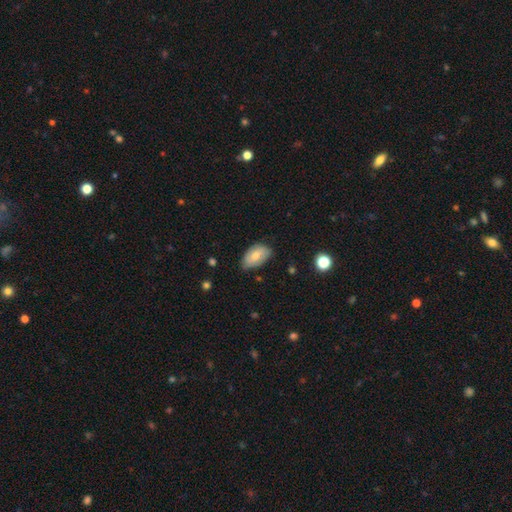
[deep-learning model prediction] Smooth or featured: smooth — 74% (featured or disk — 19%)
How rounded: in between — 93% (round — 6%)
Merging: none — 63% (minor disturbance — 31%)